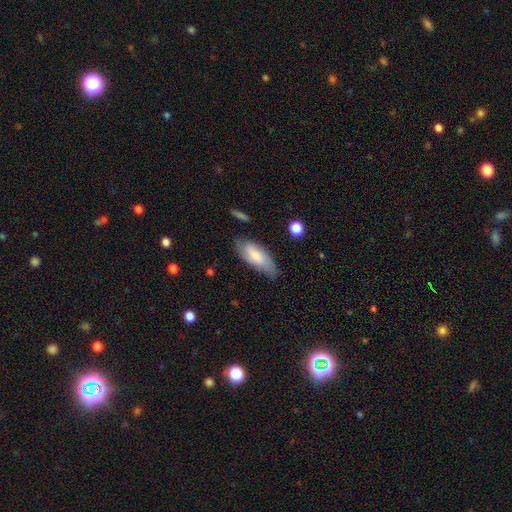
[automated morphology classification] The model was most divided on "merging": none: 68%, minor disturbance: 25%, major disturbance: 5%, merger: 2%. More confident: how rounded — in between (78%); smooth or featured — smooth (75%).